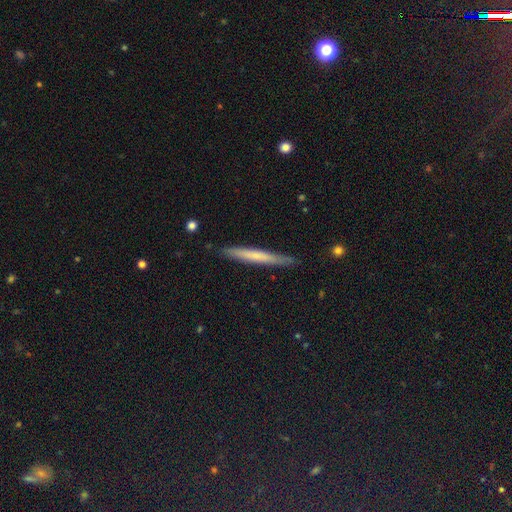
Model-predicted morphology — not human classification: The model was most divided on "smooth or featured": smooth: 57%, featured or disk: 38%, star or artifact: 5%. More confident: how rounded — cigar-shaped (97%); merging — none (88%).